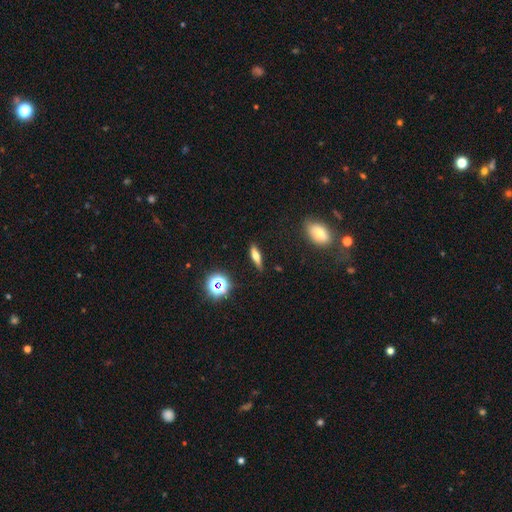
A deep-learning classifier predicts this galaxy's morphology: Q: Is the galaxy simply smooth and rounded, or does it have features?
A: smooth — 52%.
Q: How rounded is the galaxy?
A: cigar-shaped — 63%.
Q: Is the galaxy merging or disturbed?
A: none — 84%.